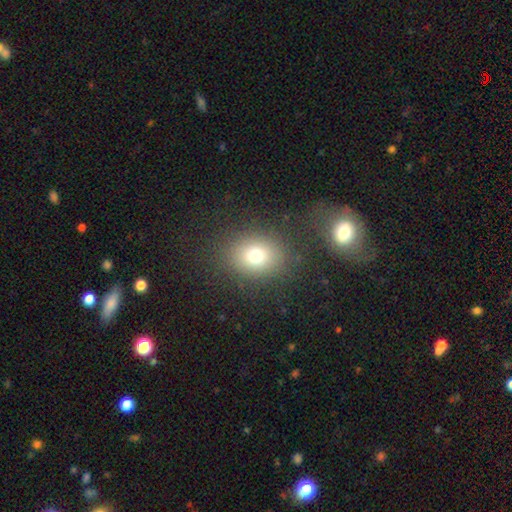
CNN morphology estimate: smooth-or-featured: smooth: 73% | star or artifact: 16% | featured or disk: 11%
  how-rounded: round: 58% | in between: 41% | cigar-shaped: 1%
  merging: none: 82% | minor disturbance: 9% | major disturbance: 6% | merger: 2%